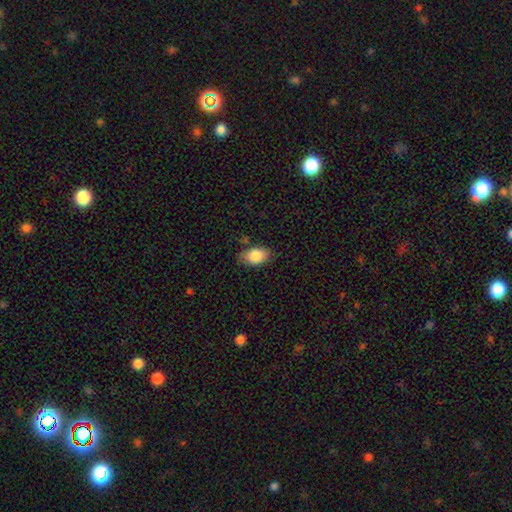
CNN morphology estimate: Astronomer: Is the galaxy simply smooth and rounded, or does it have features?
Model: smooth — 85%.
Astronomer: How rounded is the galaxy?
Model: in between — 89%.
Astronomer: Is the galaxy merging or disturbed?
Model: none — 77%.